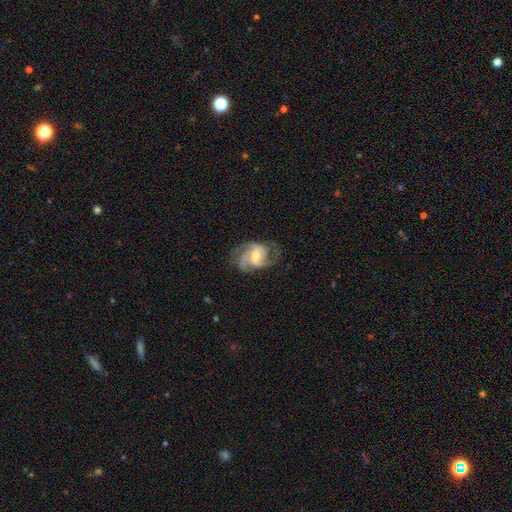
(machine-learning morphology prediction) Q: Smooth or featured?
A: featured or disk (86%); runner-up: smooth (9%)
Q: Edge-on disk?
A: no (98%); runner-up: yes (2%)
Q: Bar?
A: weak (47%); runner-up: no (34%)
Q: Spiral arms?
A: yes (97%); runner-up: no (3%)
Q: Spiral winding?
A: medium (53%); runner-up: tight (30%)
Q: Spiral arm count?
A: 3 (52%); runner-up: 2 (23%)
Q: Bulge size?
A: moderate (50%); runner-up: small (42%)
Q: Merging?
A: none (64%); runner-up: minor disturbance (20%)